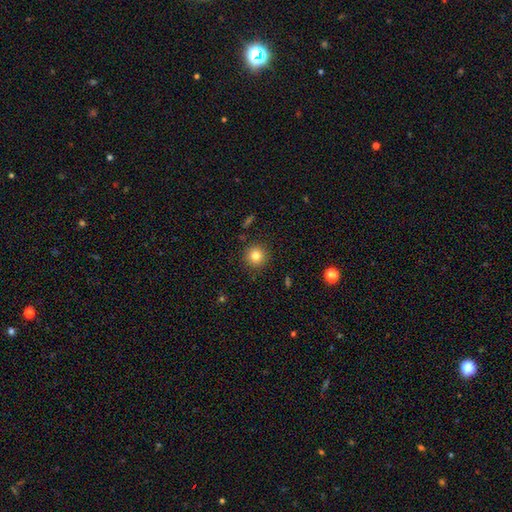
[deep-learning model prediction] Smooth or featured?
  - smooth: 81% *
  - star or artifact: 12%
  - featured or disk: 7%
How rounded?
  - round: 94% *
  - in between: 5%
  - cigar-shaped: 1%
Merging?
  - none: 90% *
  - minor disturbance: 7%
  - major disturbance: 2%
  - merger: 1%